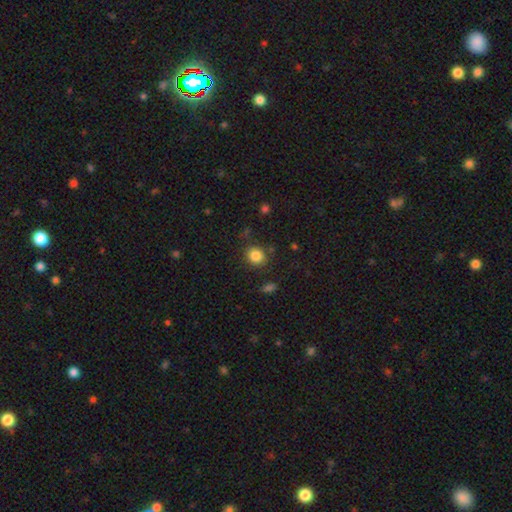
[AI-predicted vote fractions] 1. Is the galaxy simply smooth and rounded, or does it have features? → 84% smooth, 11% star or artifact, 5% featured or disk.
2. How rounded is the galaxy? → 78% round, 21% in between, 1% cigar-shaped.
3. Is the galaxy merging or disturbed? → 84% none, 10% minor disturbance, 3% major disturbance, 3% merger.